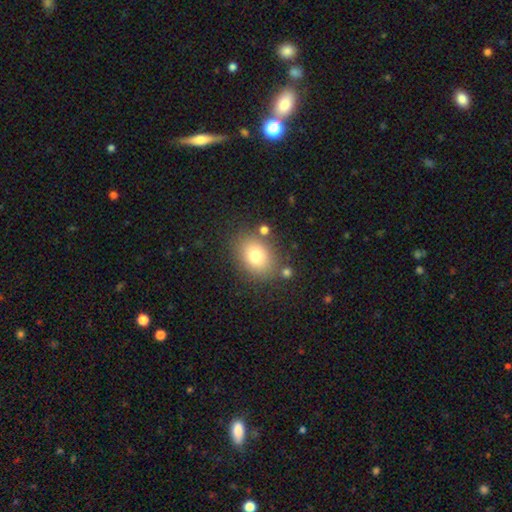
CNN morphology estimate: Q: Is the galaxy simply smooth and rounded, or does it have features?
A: smooth — 79%.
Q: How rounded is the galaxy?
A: in between — 65%.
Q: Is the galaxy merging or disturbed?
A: none — 79%.